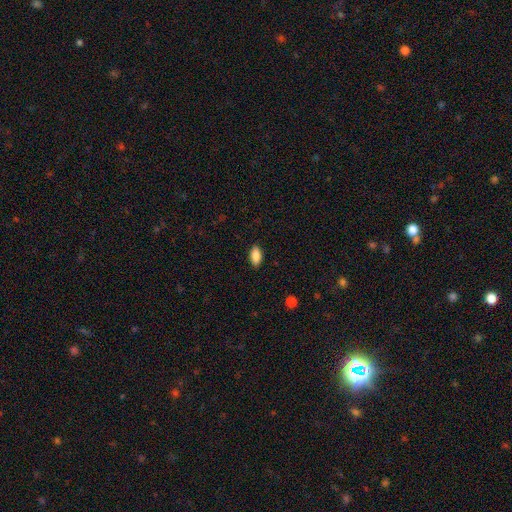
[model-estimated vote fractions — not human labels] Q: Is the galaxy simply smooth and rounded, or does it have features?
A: smooth — 88%.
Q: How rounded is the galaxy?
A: in between — 89%.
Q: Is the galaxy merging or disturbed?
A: none — 88%.